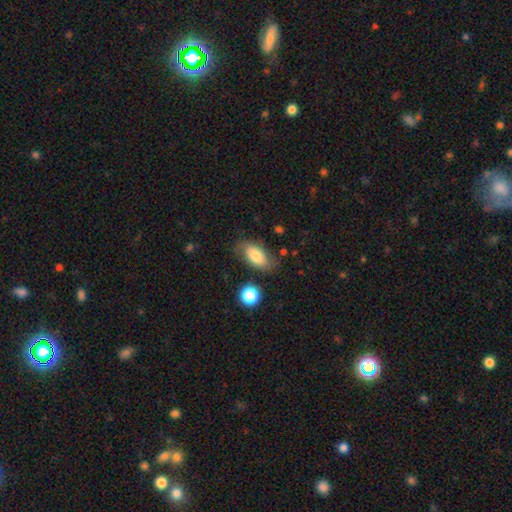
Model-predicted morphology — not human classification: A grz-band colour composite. It shows a smooth galaxy with no disk features (71%) that is in between round and cigar-shaped (90%). Merging: none (69%).